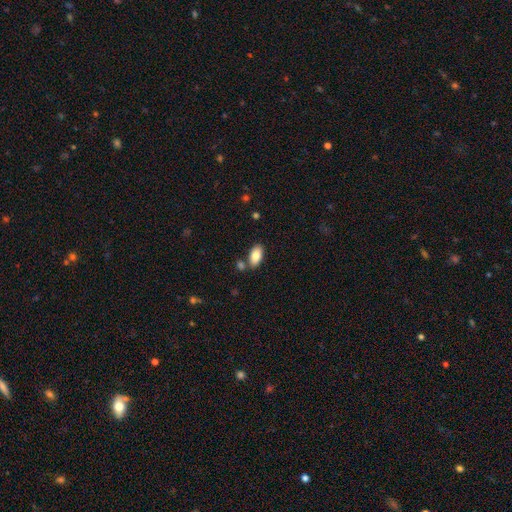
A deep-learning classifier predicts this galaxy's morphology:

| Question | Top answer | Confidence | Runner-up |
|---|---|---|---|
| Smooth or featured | smooth | 84% | featured or disk (9%) |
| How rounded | in between | 94% | cigar-shaped (3%) |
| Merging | none | 76% | minor disturbance (11%) |